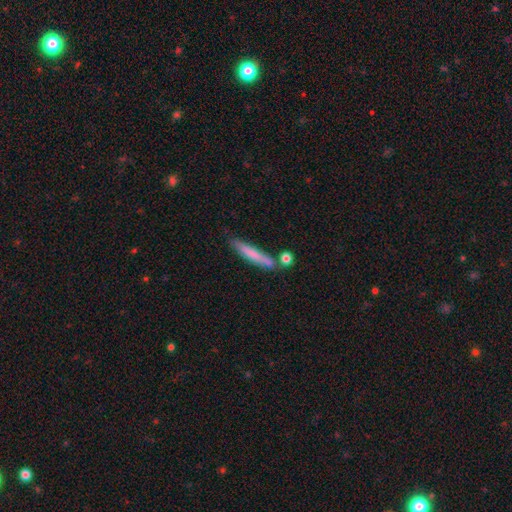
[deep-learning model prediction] Smooth or featured? smooth (71%)
How rounded? cigar-shaped (92%)
Merging? none (71%)